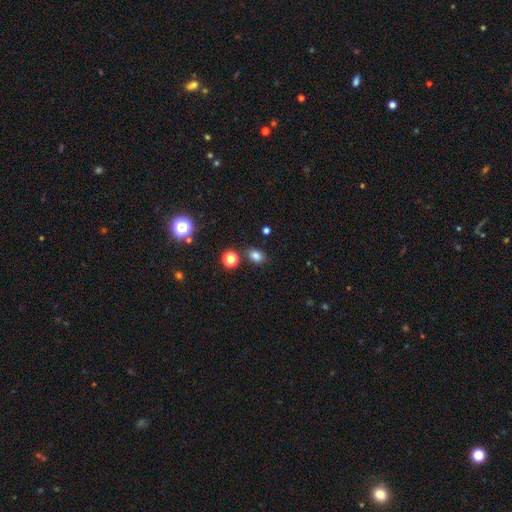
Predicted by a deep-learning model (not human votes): Smooth or featured? Predicted: smooth (p=0.80). How rounded? Predicted: in between (p=0.66). Merging? Predicted: none (p=0.80).